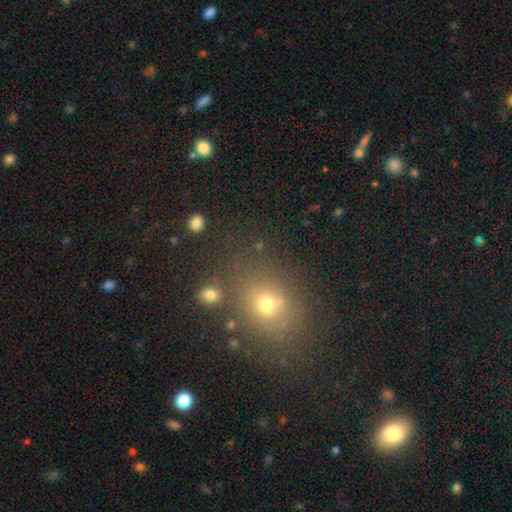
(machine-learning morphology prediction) smooth_or_featured: smooth (p=0.59) [alt: star or artifact p=0.31]
how_rounded: round (p=0.51) [alt: in between p=0.47]
merging: none (p=0.82) [alt: minor disturbance p=0.10]